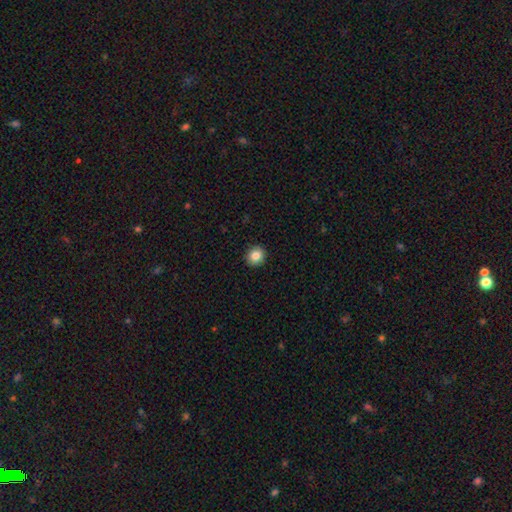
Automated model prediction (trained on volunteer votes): The model was most divided on "smooth or featured": smooth: 84%, star or artifact: 10%, featured or disk: 6%. More confident: merging — none (93%); how rounded — round (88%).